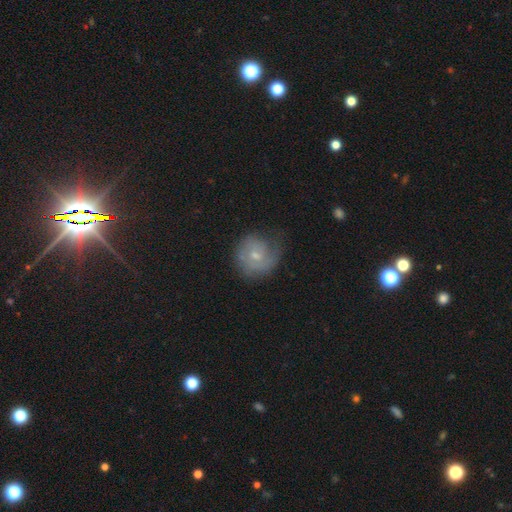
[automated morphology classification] Smooth or featured? Predicted: featured or disk (p=0.58). Edge-on disk? Predicted: no (p=0.97). Bar? Predicted: no (p=0.62). Spiral arms? Predicted: yes (p=0.81). Bulge size? Predicted: small (p=0.54). Merging? Predicted: none (p=0.56).